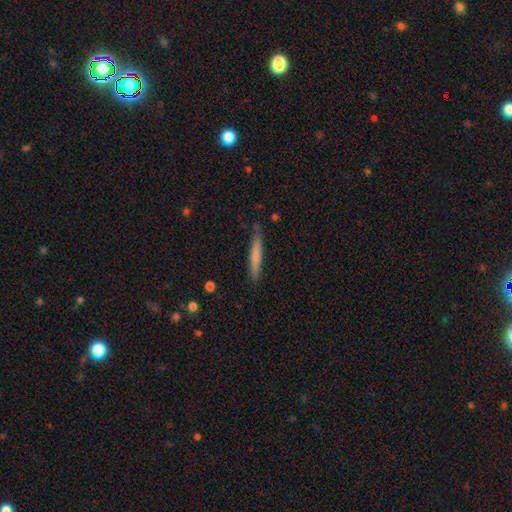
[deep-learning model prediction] Overall: smooth (67%; featured or disk 27%). How rounded: cigar-shaped (95%). Merging: none (82%).